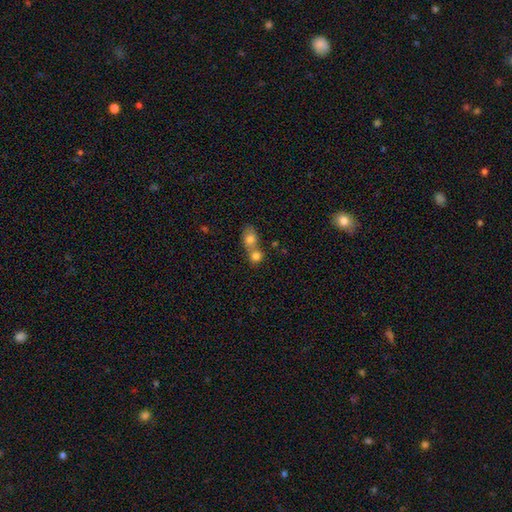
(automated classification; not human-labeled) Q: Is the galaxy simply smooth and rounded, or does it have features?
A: smooth — 78%.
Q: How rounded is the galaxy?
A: round — 68%.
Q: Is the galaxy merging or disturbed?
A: merger — 63%.